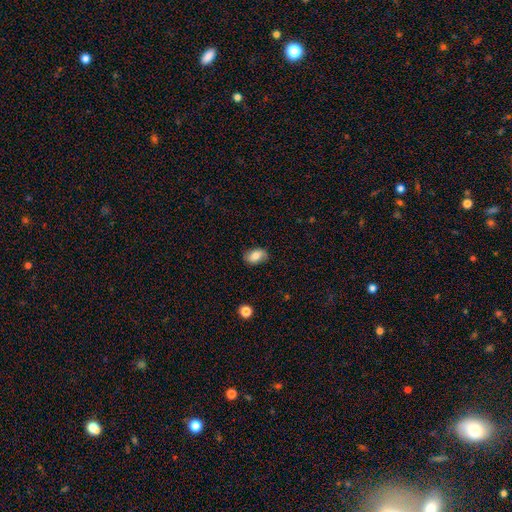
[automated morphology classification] A smooth galaxy with no disk features (77%) that is in between round and cigar-shaped (86%). Merging: none (81%).